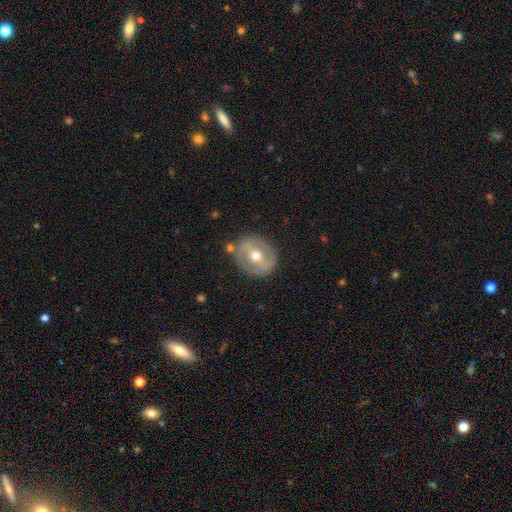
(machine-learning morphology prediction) Q: Smooth or featured?
A: featured or disk (64%); runner-up: smooth (30%)
Q: Edge-on disk?
A: no (93%); runner-up: yes (7%)
Q: Bar?
A: strong (42%); runner-up: weak (36%)
Q: Spiral arms?
A: no (65%); runner-up: yes (35%)
Q: Bulge size?
A: moderate (75%); runner-up: small (20%)
Q: Merging?
A: none (81%); runner-up: minor disturbance (12%)